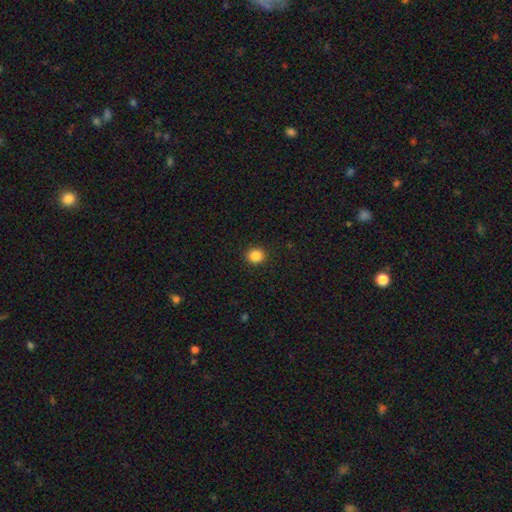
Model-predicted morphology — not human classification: A smooth galaxy with no disk features (86%) that is round (85%).

Vote fractions:
- Smooth or featured? smooth: 86% / star or artifact: 10% / featured or disk: 3%
- How rounded? round: 85% / in between: 14% / cigar-shaped: 1%
- Merging? none: 91% / minor disturbance: 6% / major disturbance: 2% / merger: 1%